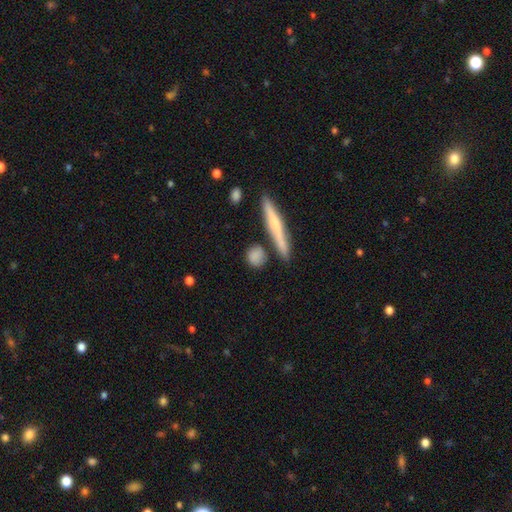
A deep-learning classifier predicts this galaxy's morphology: Smooth or featured? Predicted: smooth (p=0.79). How rounded? Predicted: round (p=0.61). Merging? Predicted: none (p=0.74).